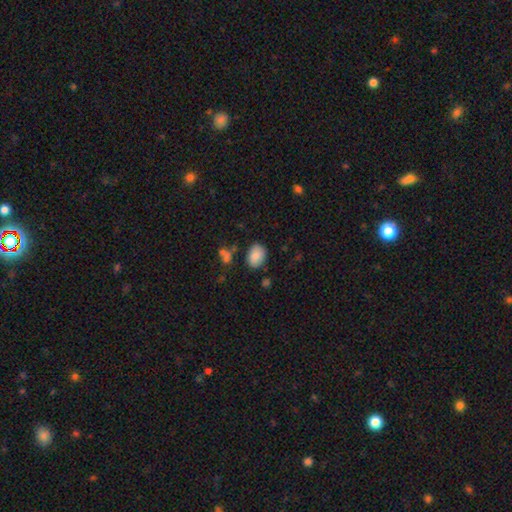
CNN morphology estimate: A smooth galaxy with no disk features (86%) that is in between round and cigar-shaped (75%). Merging: none (76%).